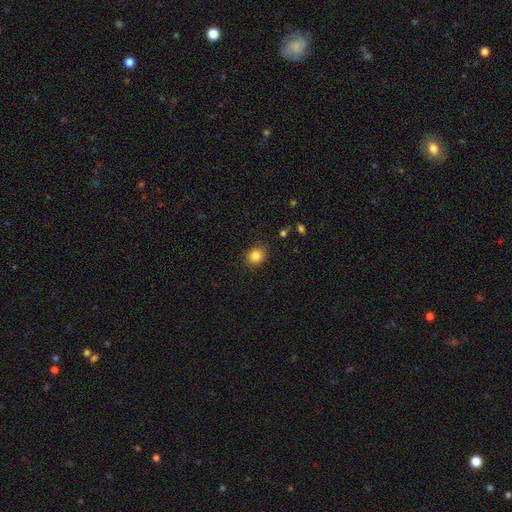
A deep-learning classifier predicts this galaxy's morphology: This is clearly a smooth galaxy (84%). How rounded: likely round (60%). Merging: clearly none (87%).